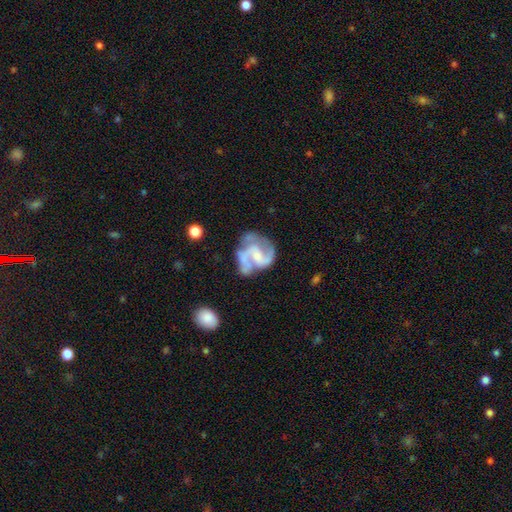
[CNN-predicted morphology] Smooth or featured? Predicted: featured or disk (p=0.86). Edge-on disk? Predicted: no (p=0.98). Bar? Predicted: weak (p=0.44). Spiral arms? Predicted: yes (p=0.94). Spiral winding? Predicted: medium (p=0.56). Spiral arm count? Predicted: 2 (p=0.63). Bulge size? Predicted: small (p=0.51). Merging? Predicted: none (p=0.50).